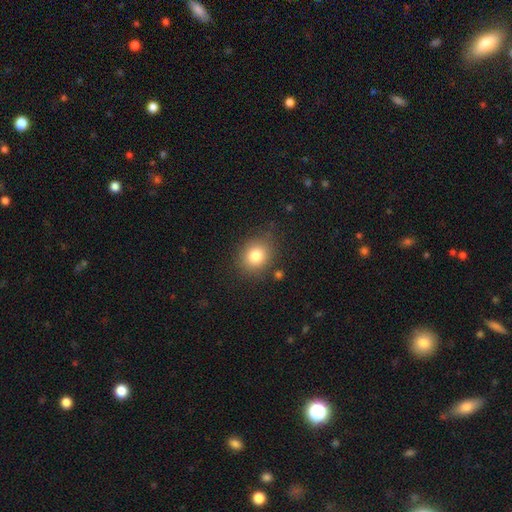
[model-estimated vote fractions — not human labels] This appears to be a smooth galaxy with no disk features (80%) that is round (71%). Merging: none (82%).